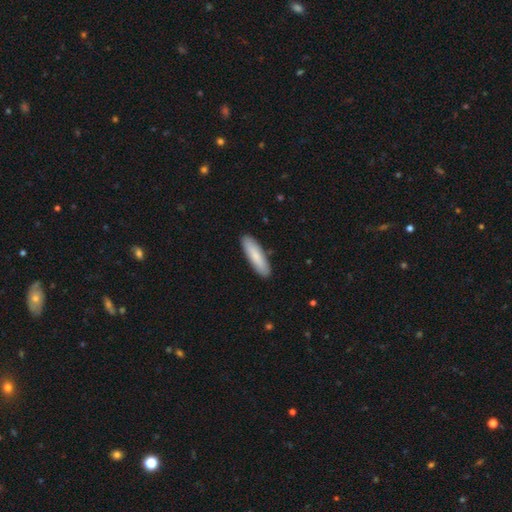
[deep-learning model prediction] Q: Smooth or featured?
A: smooth (81%); runner-up: featured or disk (14%)
Q: How rounded?
A: cigar-shaped (69%); runner-up: in between (29%)
Q: Merging?
A: none (89%); runner-up: minor disturbance (8%)